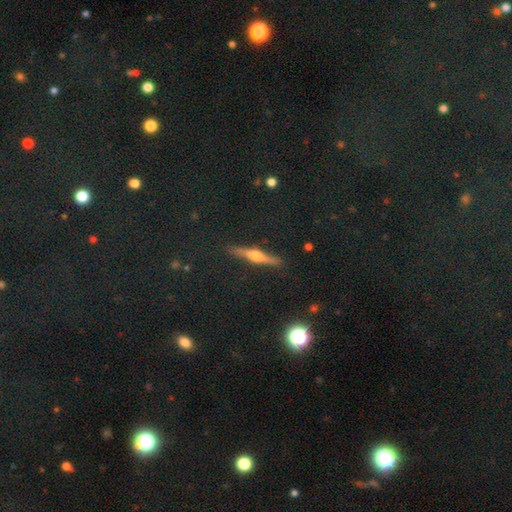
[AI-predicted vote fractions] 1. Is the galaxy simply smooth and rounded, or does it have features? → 69% featured or disk, 22% smooth, 10% star or artifact.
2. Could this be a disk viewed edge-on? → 96% yes, 4% no.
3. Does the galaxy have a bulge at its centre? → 89% rounded, 6% boxy, 4% none.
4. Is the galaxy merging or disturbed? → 88% none, 9% minor disturbance, 2% major disturbance, 1% merger.